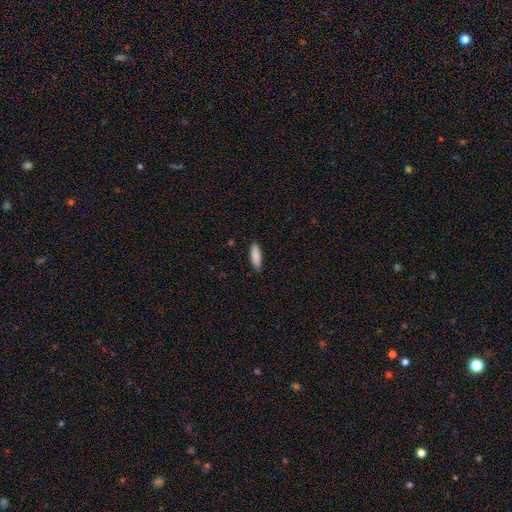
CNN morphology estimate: This appears to be a smooth galaxy with no disk features (87%) that is in between round and cigar-shaped (51%). Merging: none (86%).